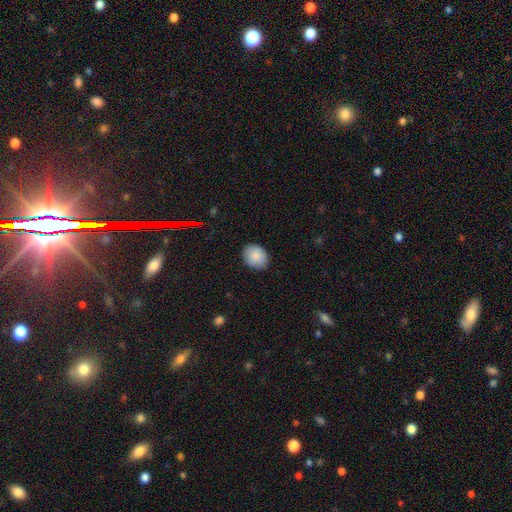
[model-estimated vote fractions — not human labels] Smooth or featured: smooth — 86% (star or artifact — 7%)
How rounded: in between — 52% (round — 47%)
Merging: none — 84% (minor disturbance — 13%)